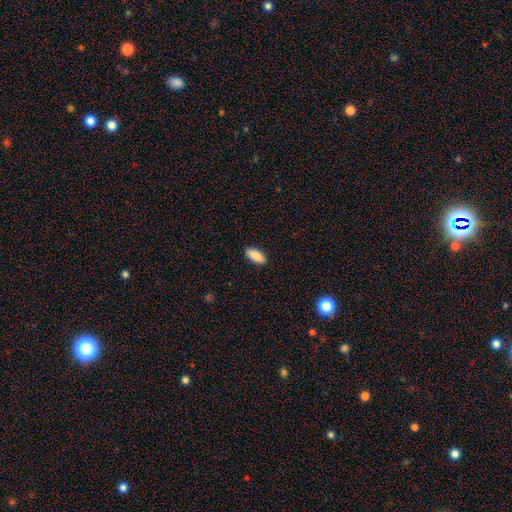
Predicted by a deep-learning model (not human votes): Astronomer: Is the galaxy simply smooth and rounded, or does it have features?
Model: smooth — 88%.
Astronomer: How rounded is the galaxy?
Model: in between — 84%.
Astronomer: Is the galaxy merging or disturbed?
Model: none — 90%.